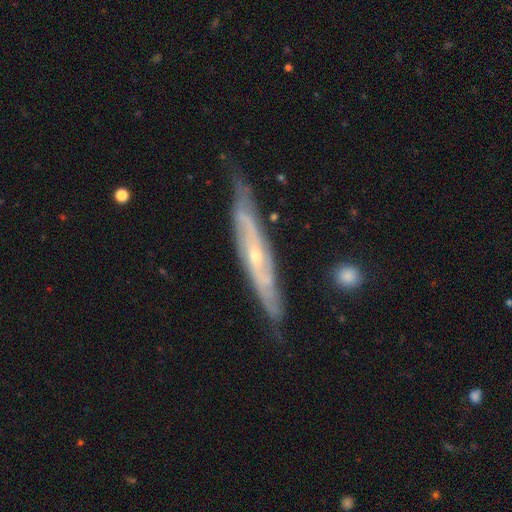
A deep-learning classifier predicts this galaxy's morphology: Q: Smooth or featured?
A: featured or disk (81%); runner-up: smooth (14%)
Q: Edge-on disk?
A: yes (53%); runner-up: no (47%)
Q: Merging?
A: none (73%); runner-up: minor disturbance (21%)